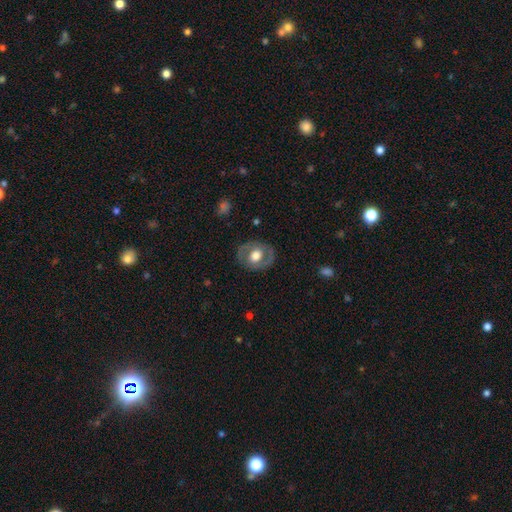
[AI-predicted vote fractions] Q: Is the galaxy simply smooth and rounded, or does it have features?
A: featured or disk — 51%.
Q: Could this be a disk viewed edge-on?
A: no — 95%.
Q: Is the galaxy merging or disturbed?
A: none — 80%.